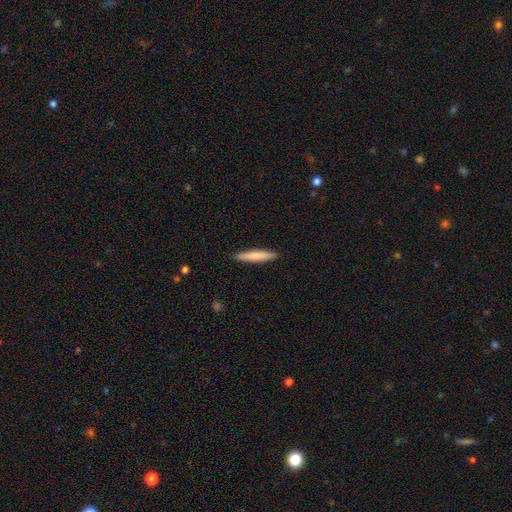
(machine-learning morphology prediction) This appears to be a smooth galaxy with no disk features (75%) that is cigar-shaped (93%). Merging: none (91%).